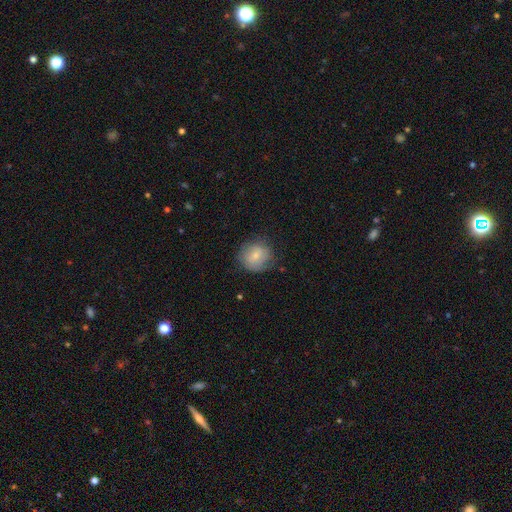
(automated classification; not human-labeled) Smooth or featured: smooth — 70% (featured or disk — 23%)
How rounded: round — 83% (in between — 16%)
Merging: none — 69% (minor disturbance — 22%)